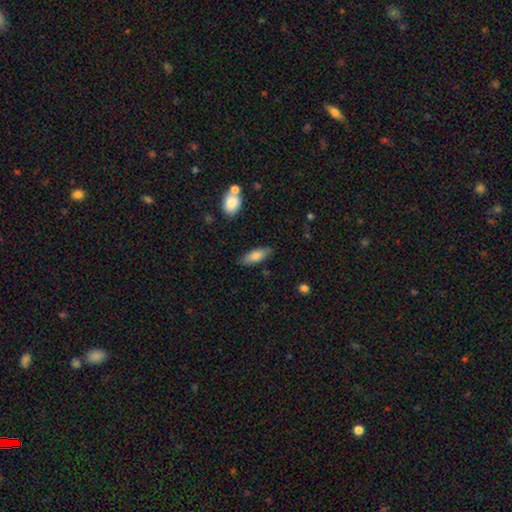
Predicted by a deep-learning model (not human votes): This is likely a smooth galaxy (76%). How rounded: likely in between (65%). Merging: clearly none (84%).